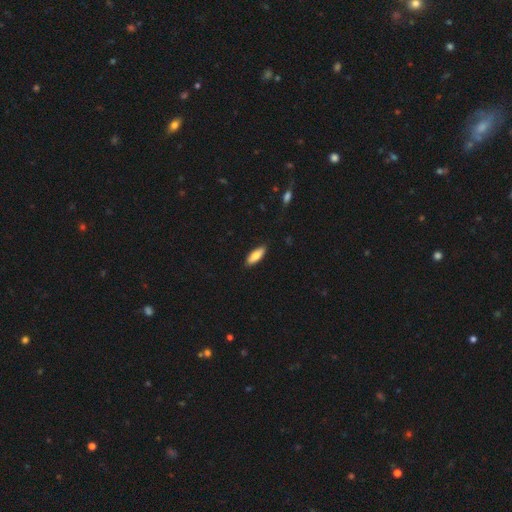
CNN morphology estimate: type=smooth (82%); roundness=in between (71%); merging=none (88%).